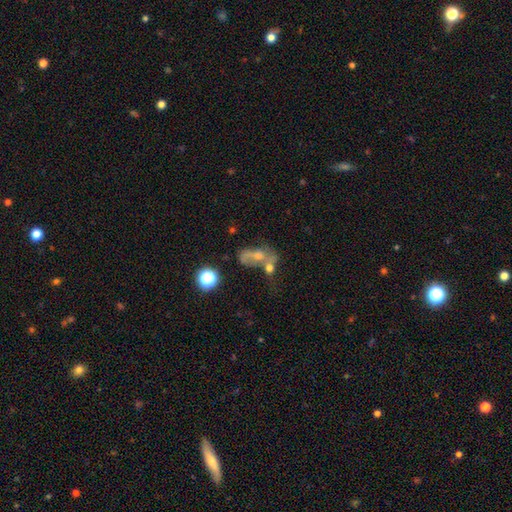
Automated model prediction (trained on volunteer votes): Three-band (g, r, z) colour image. It shows a smooth galaxy with no disk features (41%). Merging: merger (42%).